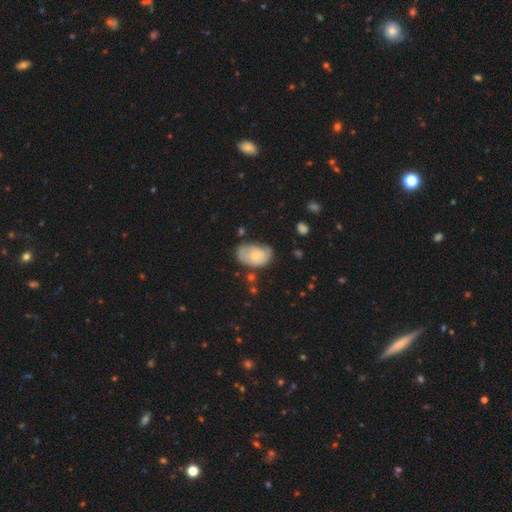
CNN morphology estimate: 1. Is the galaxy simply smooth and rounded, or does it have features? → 54% smooth, 39% featured or disk, 7% star or artifact.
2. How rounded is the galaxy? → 88% in between, 10% round, 1% cigar-shaped.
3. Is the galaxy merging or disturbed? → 48% none, 35% minor disturbance, 13% major disturbance, 4% merger.